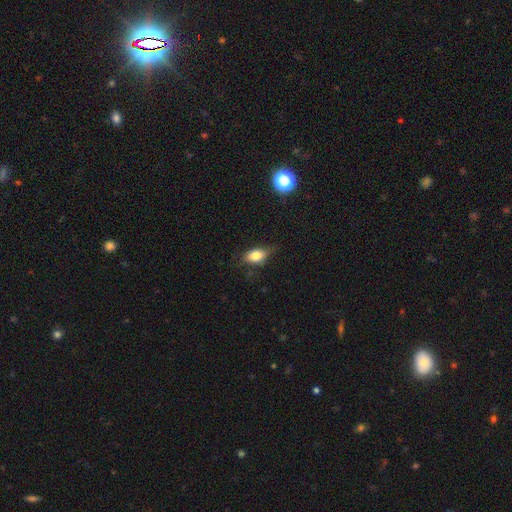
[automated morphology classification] smooth 78%, featured or disk 13%, star or artifact 9%. Down the decision tree: how rounded — in between (82%); merging — none (69%).